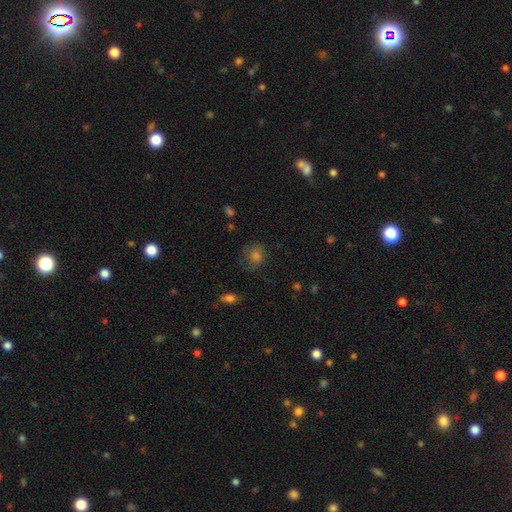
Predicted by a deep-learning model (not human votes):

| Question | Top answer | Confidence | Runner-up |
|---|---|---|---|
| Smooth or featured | smooth | 67% | star or artifact (21%) |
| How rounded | round | 78% | in between (21%) |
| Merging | none | 73% | minor disturbance (17%) |